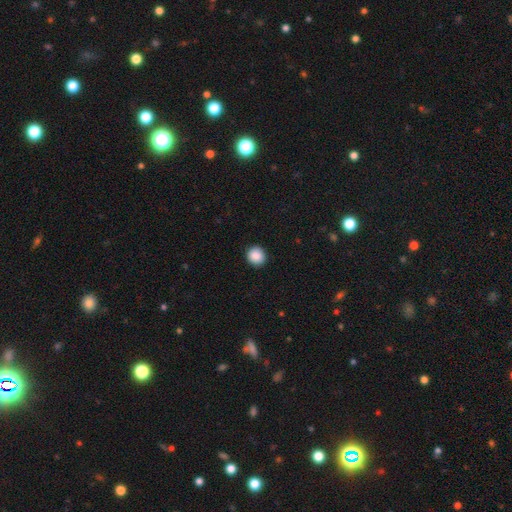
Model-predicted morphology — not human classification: The model was most divided on "smooth or featured": smooth: 89%, star or artifact: 8%, featured or disk: 3%. More confident: merging — none (92%); how rounded — round (91%).